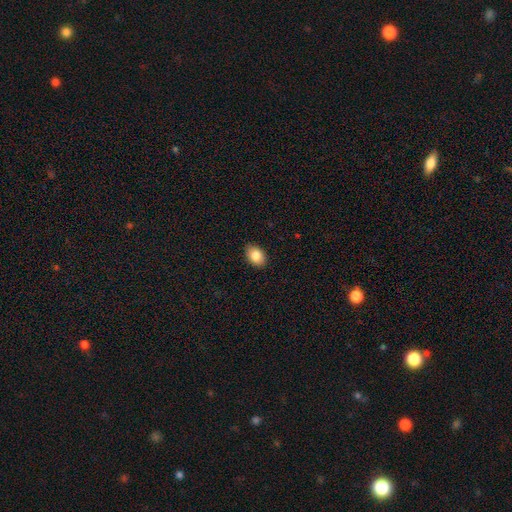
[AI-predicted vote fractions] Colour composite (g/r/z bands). It shows a smooth galaxy with no disk features (84%) that is in between round and cigar-shaped (81%). Merging: none (89%).